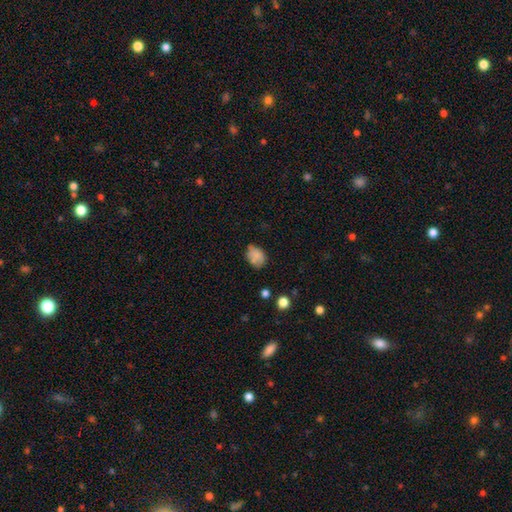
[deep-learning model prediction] Q: Smooth or featured?
A: smooth (80%); runner-up: featured or disk (10%)
Q: How rounded?
A: in between (73%); runner-up: round (25%)
Q: Merging?
A: none (60%); runner-up: minor disturbance (26%)